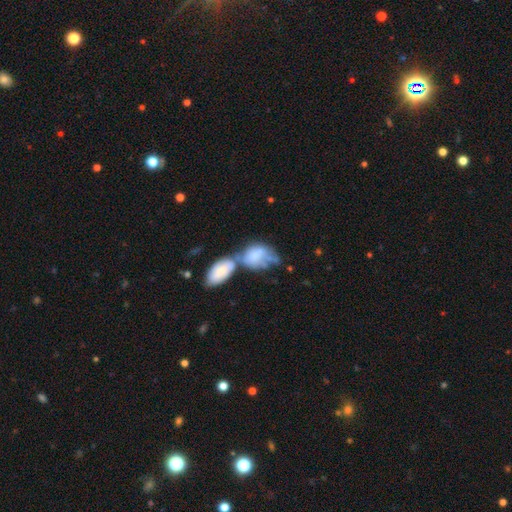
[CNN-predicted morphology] Overall: smooth (67%). How rounded: in between (82%). Merging: merger (61%).